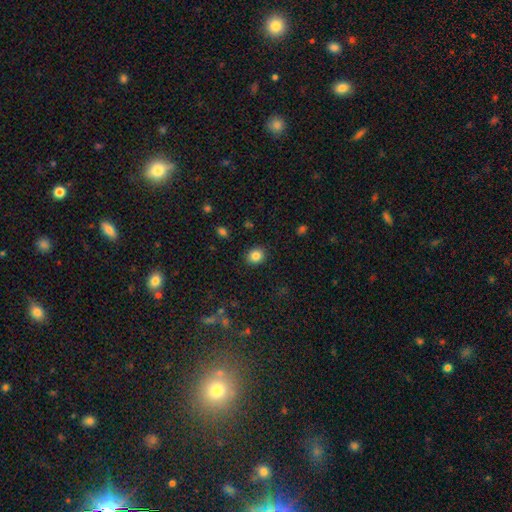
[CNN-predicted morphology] Smooth or featured? smooth (84%)
How rounded? round (70%)
Merging? none (89%)